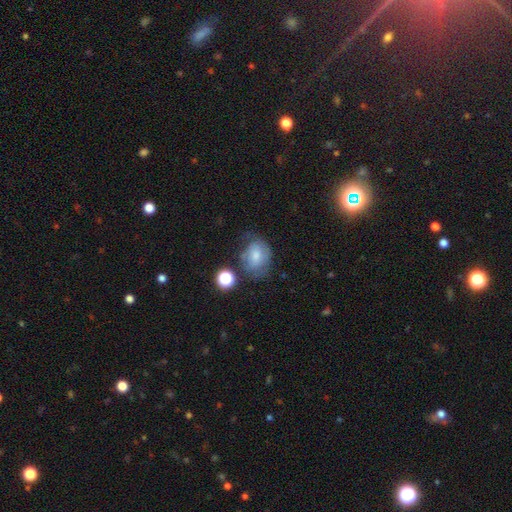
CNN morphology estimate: This is likely a smooth galaxy (63%). How rounded: possibly in between (56%). Merging: possibly none (45%).